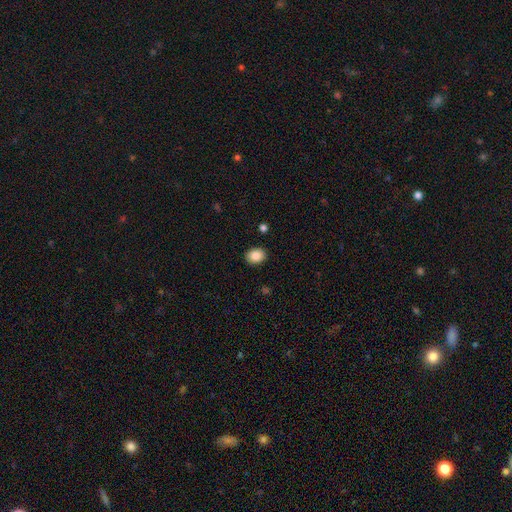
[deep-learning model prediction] Q: Smooth or featured?
A: smooth (86%); runner-up: star or artifact (8%)
Q: How rounded?
A: round (50%); runner-up: in between (49%)
Q: Merging?
A: none (90%); runner-up: minor disturbance (7%)